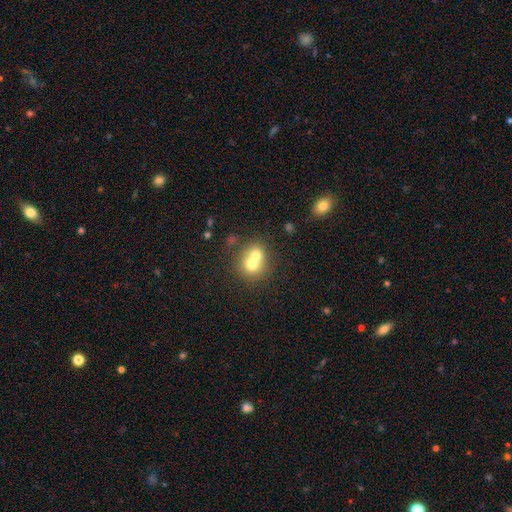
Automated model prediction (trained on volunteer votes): Smooth or featured? smooth (67%)
How rounded? round (77%)
Merging? merger (66%)